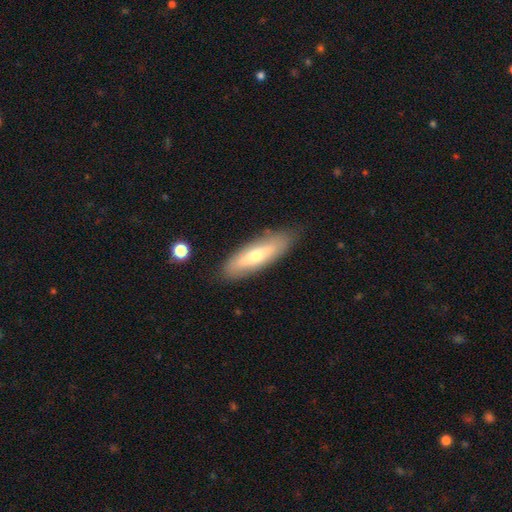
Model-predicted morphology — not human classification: Smooth or featured? smooth (51%)
How rounded? cigar-shaped (56%)
Merging? none (82%)